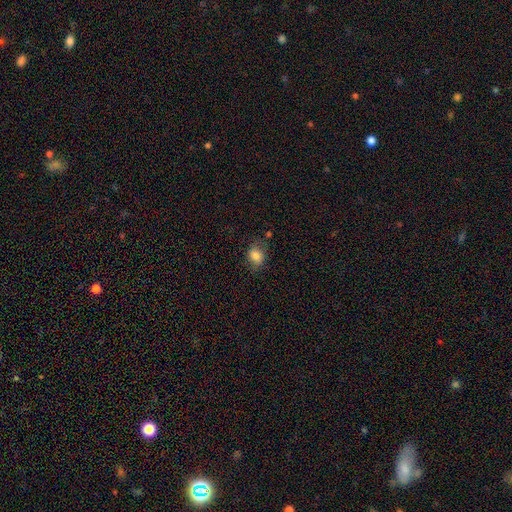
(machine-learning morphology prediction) Smooth or featured? smooth (81%)
How rounded? in between (55%)
Merging? none (65%)